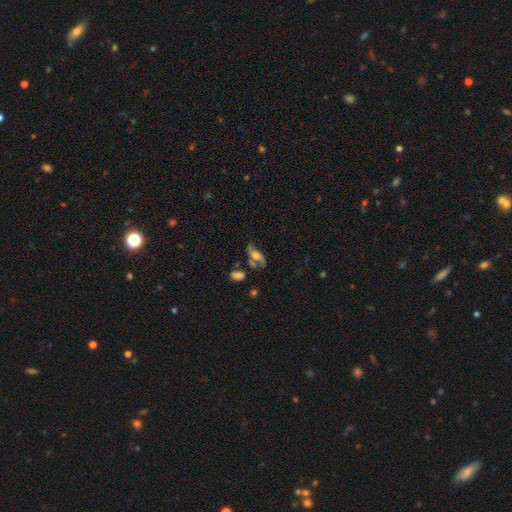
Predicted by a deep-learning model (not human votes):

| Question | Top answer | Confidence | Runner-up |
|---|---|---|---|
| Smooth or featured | featured or disk | 54% | smooth (35%) |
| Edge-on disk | no | 81% | yes (19%) |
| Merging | none | 45% | minor disturbance (22%) |